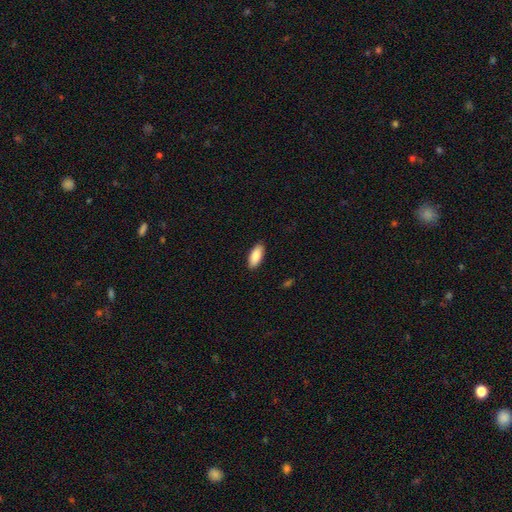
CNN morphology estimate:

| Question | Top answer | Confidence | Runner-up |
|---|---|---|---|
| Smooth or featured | smooth | 88% | featured or disk (6%) |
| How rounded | in between | 85% | cigar-shaped (13%) |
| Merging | none | 88% | minor disturbance (9%) |